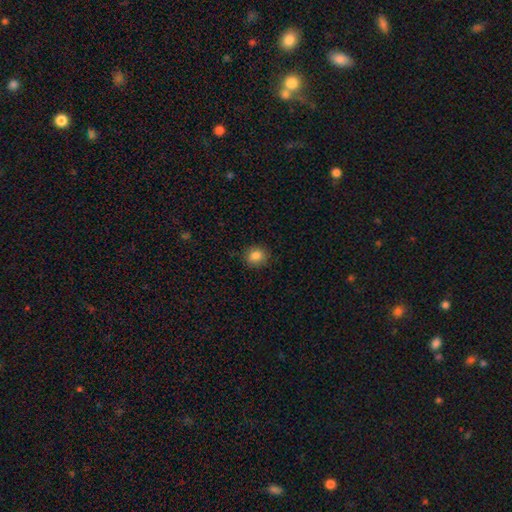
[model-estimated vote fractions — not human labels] Q: Smooth or featured?
A: smooth (85%); runner-up: star or artifact (10%)
Q: How rounded?
A: round (71%); runner-up: in between (28%)
Q: Merging?
A: none (85%); runner-up: minor disturbance (11%)